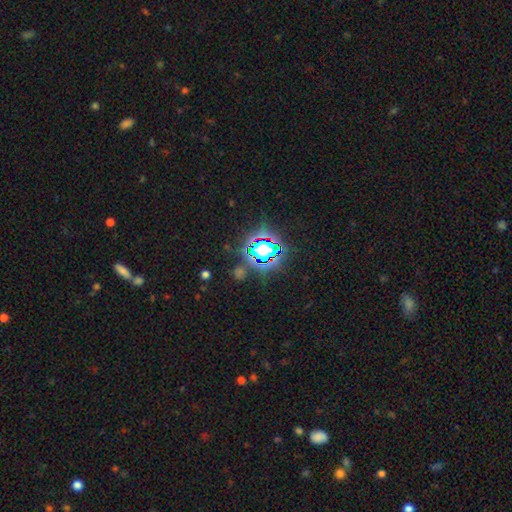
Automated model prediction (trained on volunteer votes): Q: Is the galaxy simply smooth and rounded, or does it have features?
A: star or artifact — 81%.